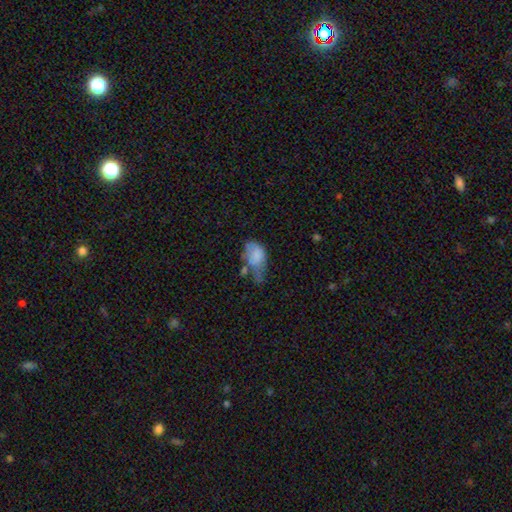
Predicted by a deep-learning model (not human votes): Smooth or featured: smooth — 69% (featured or disk — 22%)
How rounded: in between — 86% (round — 13%)
Merging: major disturbance — 39% (minor disturbance — 28%)